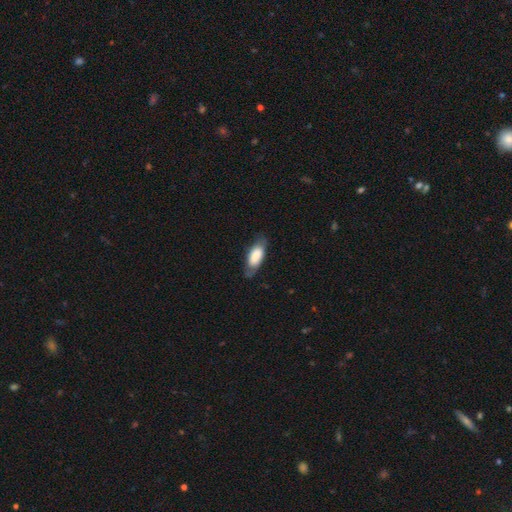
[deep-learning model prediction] smooth-or-featured: smooth: 74% | featured or disk: 19% | star or artifact: 6%
  how-rounded: in between: 78% | cigar-shaped: 20% | round: 2%
  merging: none: 71% | minor disturbance: 21% | major disturbance: 7% | merger: 1%